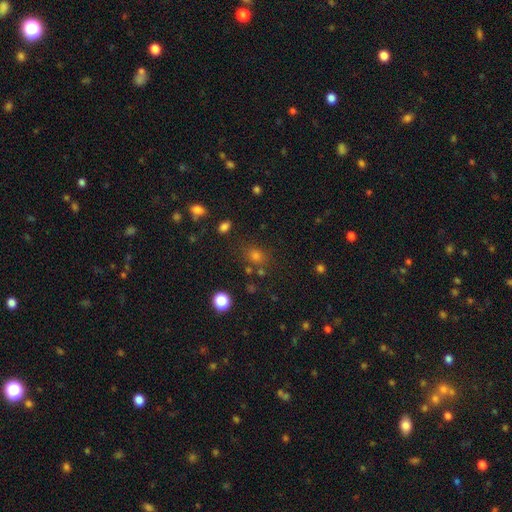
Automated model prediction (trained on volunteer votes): A smooth galaxy with no disk features (67%) that is round (62%).

Vote fractions:
- Smooth or featured? smooth: 67% / star or artifact: 26% / featured or disk: 7%
- How rounded? round: 62% / in between: 37% / cigar-shaped: 1%
- Merging? none: 76% / minor disturbance: 12% / merger: 7% / major disturbance: 5%